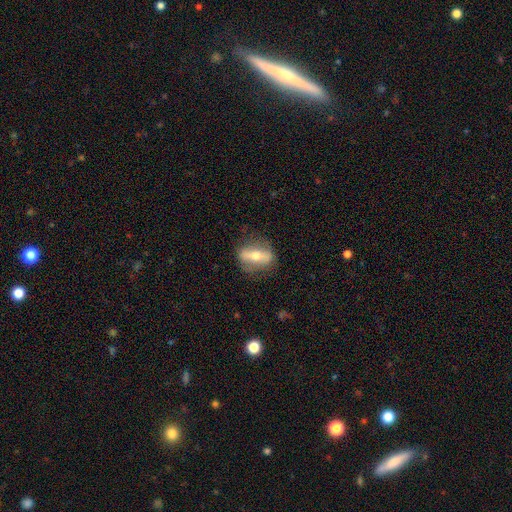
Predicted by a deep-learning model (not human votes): Smooth or featured? Predicted: featured or disk (p=0.57). Edge-on disk? Predicted: no (p=0.57). Merging? Predicted: none (p=0.79).